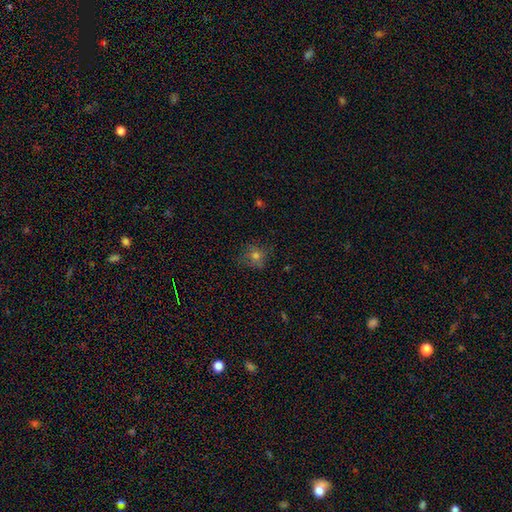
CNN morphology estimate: This appears to be a smooth galaxy with no disk features (59%) that is round (84%). Merging: none (74%).